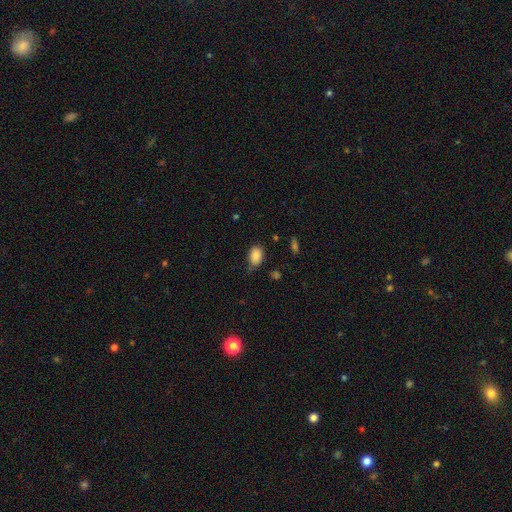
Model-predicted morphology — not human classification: Smooth or featured? Predicted: smooth (p=0.87). How rounded? Predicted: in between (p=0.82). Merging? Predicted: none (p=0.66).